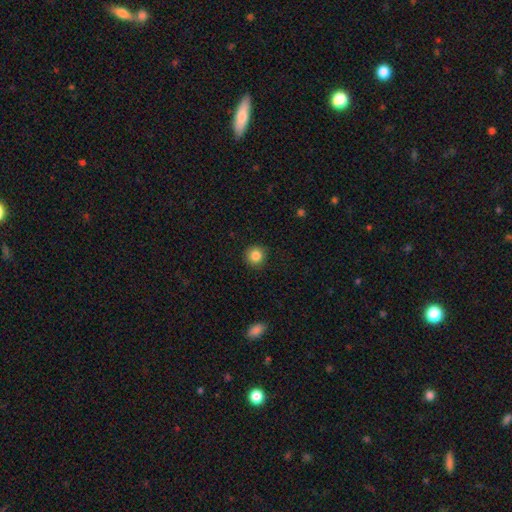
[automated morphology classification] Overall: smooth (85%). How rounded: round (94%). Merging: none (90%).